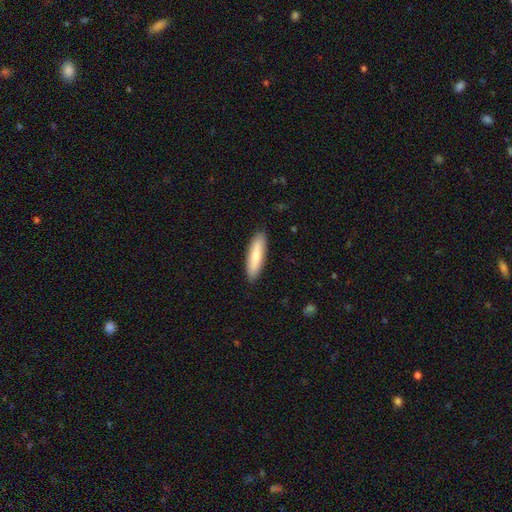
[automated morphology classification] Smooth or featured: smooth — 74% (featured or disk — 21%)
How rounded: cigar-shaped — 67% (in between — 31%)
Merging: none — 89% (minor disturbance — 9%)